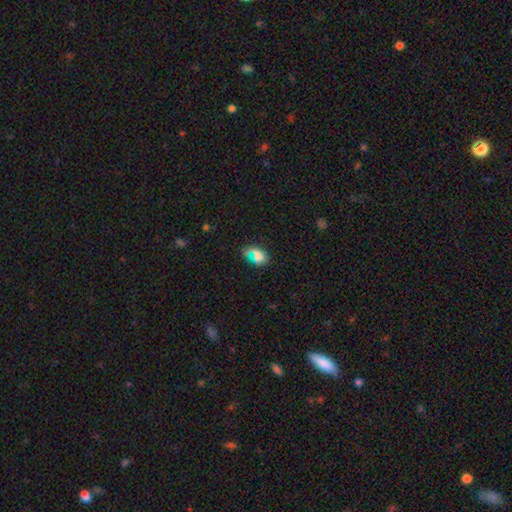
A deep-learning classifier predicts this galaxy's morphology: smooth-or-featured: smooth: 66% | star or artifact: 23% | featured or disk: 12%
  how-rounded: in between: 76% | round: 20% | cigar-shaped: 4%
  merging: none: 66% | minor disturbance: 18% | major disturbance: 9% | merger: 7%